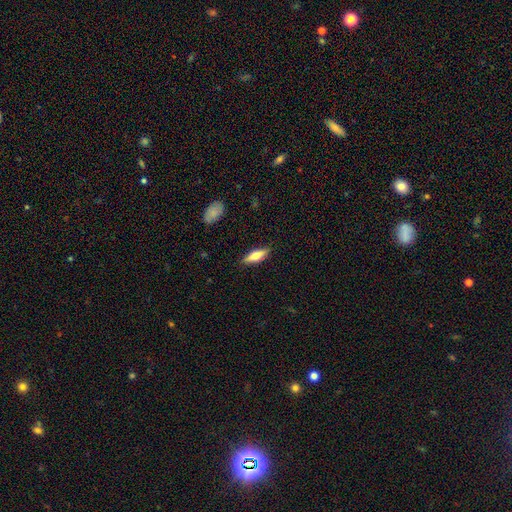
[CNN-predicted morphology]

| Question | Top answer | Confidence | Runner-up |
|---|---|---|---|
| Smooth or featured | smooth | 55% | featured or disk (39%) |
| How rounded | cigar-shaped | 53% | in between (45%) |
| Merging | none | 87% | minor disturbance (9%) |